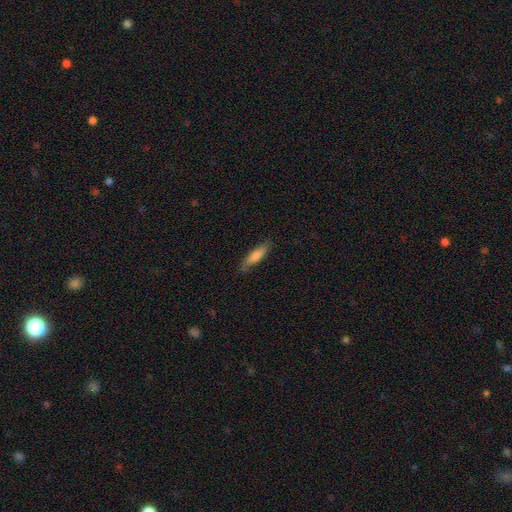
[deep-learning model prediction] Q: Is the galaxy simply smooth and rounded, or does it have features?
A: smooth — 68%.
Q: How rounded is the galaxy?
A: cigar-shaped — 74%.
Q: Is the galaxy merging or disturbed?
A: none — 81%.